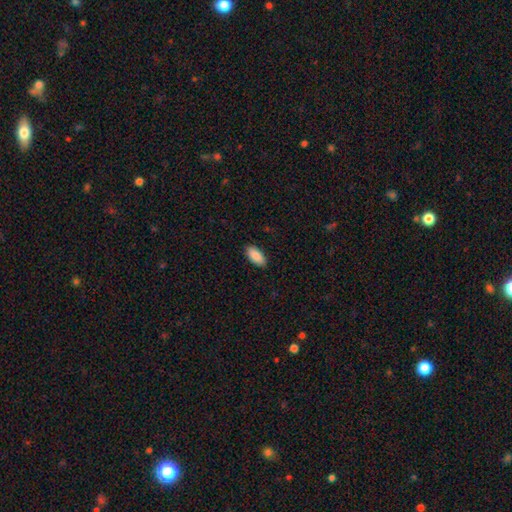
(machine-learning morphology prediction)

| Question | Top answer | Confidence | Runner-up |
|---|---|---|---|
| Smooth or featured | smooth | 89% | star or artifact (6%) |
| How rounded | in between | 92% | cigar-shaped (7%) |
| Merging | none | 88% | minor disturbance (9%) |